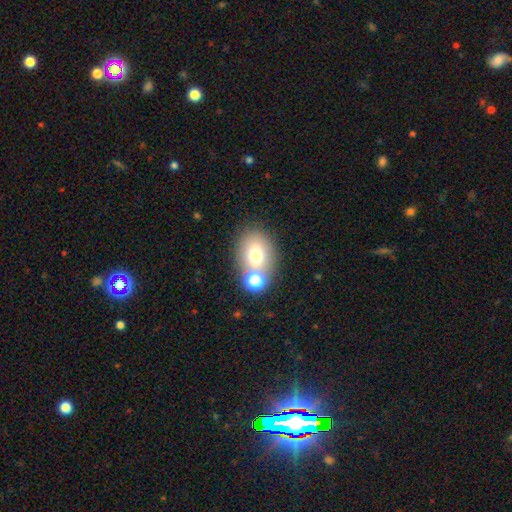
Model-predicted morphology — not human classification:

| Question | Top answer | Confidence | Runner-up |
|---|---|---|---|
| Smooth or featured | smooth | 69% | featured or disk (17%) |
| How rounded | in between | 57% | round (42%) |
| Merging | none | 63% | merger (21%) |